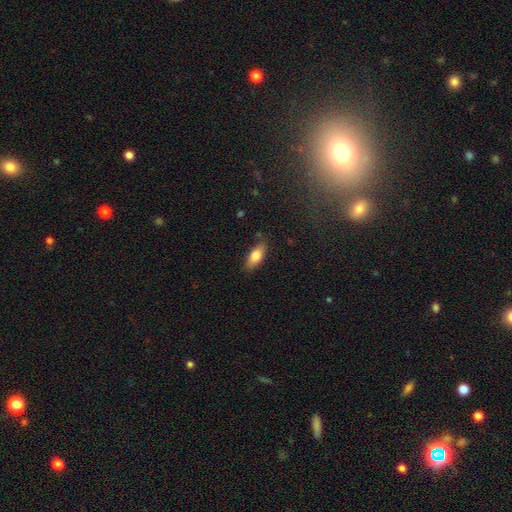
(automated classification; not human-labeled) A smooth galaxy with no disk features (76%) that is in between round and cigar-shaped (79%).

Vote fractions:
- Smooth or featured? smooth: 76% / featured or disk: 17% / star or artifact: 7%
- How rounded? in between: 79% / cigar-shaped: 18% / round: 3%
- Merging? none: 82% / minor disturbance: 14% / major disturbance: 3% / merger: 2%